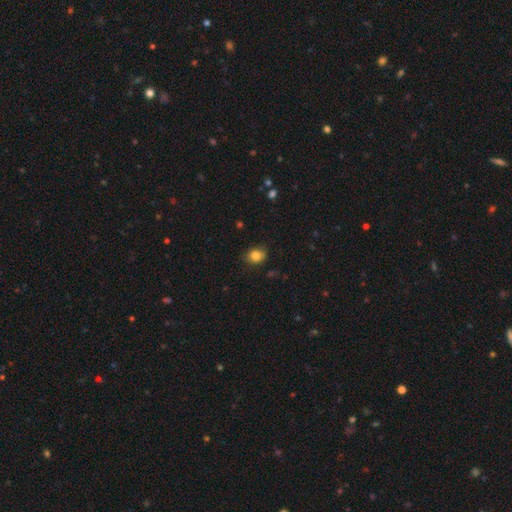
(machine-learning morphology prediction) smooth_or_featured: smooth (p=0.84) [alt: star or artifact p=0.10]
how_rounded: round (p=0.57) [alt: in between p=0.42]
merging: none (p=0.81) [alt: minor disturbance p=0.15]